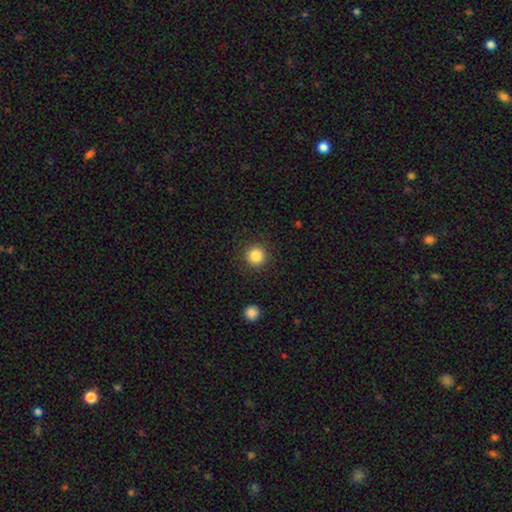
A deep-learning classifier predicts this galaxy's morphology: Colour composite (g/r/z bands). It shows a smooth galaxy with no disk features (86%) that is round (95%). Merging: none (90%).